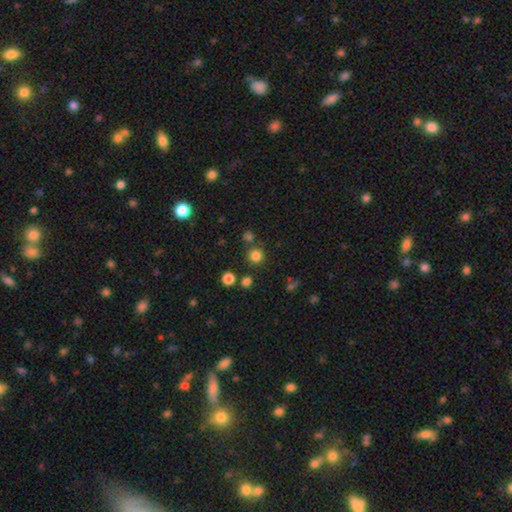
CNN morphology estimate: Smooth or featured: smooth — 79% (star or artifact — 16%)
How rounded: round — 93% (in between — 6%)
Merging: none — 80% (merger — 9%)